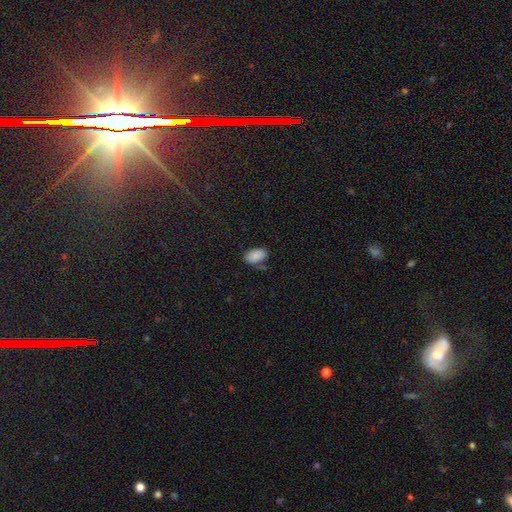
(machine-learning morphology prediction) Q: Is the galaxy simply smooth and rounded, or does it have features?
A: smooth — 86%.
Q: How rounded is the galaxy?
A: in between — 93%.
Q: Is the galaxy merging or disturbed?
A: none — 67%.